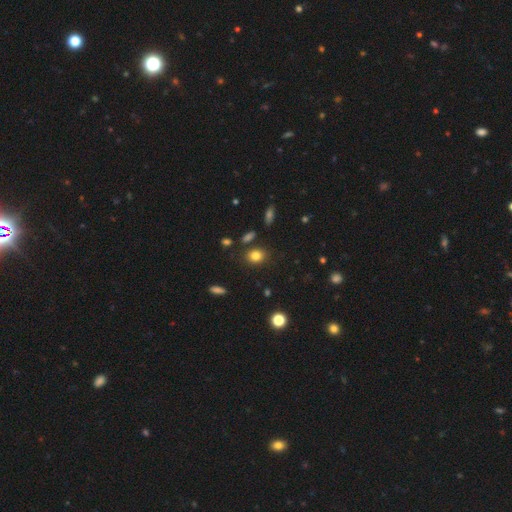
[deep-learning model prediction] Q: Smooth or featured?
A: smooth (82%); runner-up: star or artifact (11%)
Q: How rounded?
A: round (50%); runner-up: in between (48%)
Q: Merging?
A: none (83%); runner-up: minor disturbance (10%)